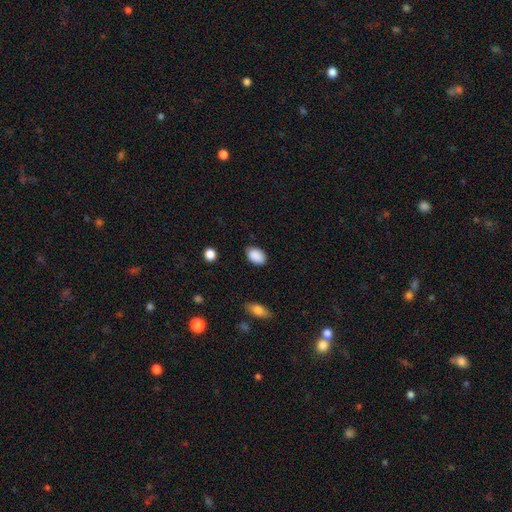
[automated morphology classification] Smooth or featured?
  - smooth: 89% *
  - star or artifact: 7%
  - featured or disk: 3%
How rounded?
  - in between: 84% *
  - round: 15%
  - cigar-shaped: 1%
Merging?
  - none: 83% *
  - minor disturbance: 12%
  - major disturbance: 3%
  - merger: 1%